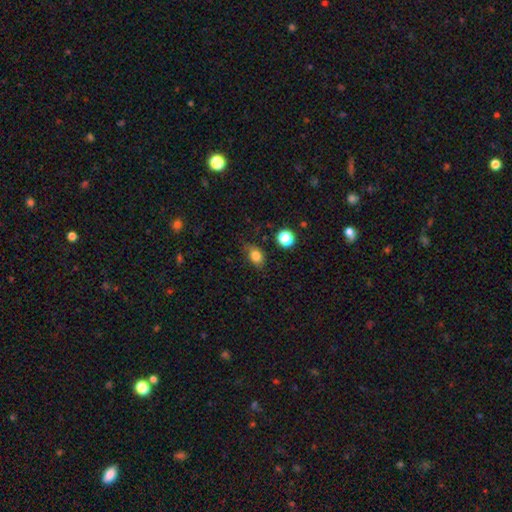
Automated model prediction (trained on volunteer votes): A smooth galaxy with no disk features (82%) that is in between round and cigar-shaped (73%). Merging: none (73%).